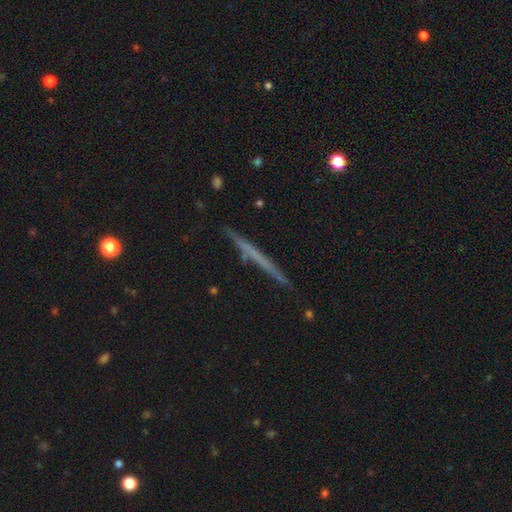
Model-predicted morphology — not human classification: This appears to be a featured or disk galaxy (52%) viewed edge-on (97%) with no central bulge (91%). Merging: none (89%).